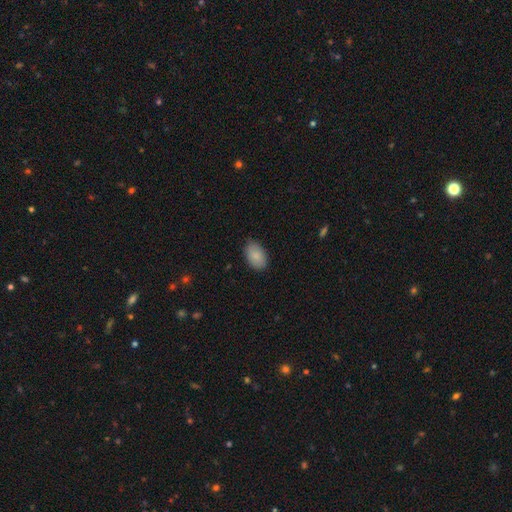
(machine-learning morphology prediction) Overall: smooth (87%). How rounded: in between (91%). Merging: none (84%).